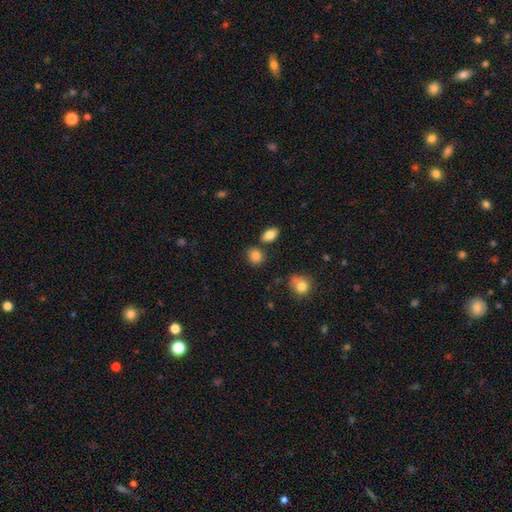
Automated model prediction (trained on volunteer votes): Smooth or featured?
  - smooth: 85% *
  - star or artifact: 9%
  - featured or disk: 6%
How rounded?
  - round: 67% *
  - in between: 32%
  - cigar-shaped: 1%
Merging?
  - none: 76% *
  - minor disturbance: 11%
  - merger: 10%
  - major disturbance: 3%